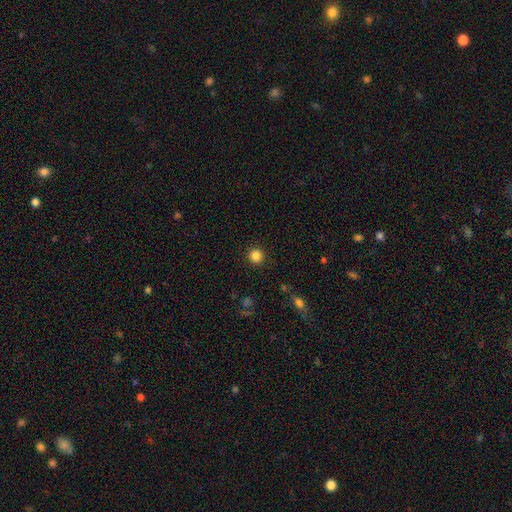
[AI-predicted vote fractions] Smooth or featured: smooth — 84% (star or artifact — 12%)
How rounded: round — 95% (in between — 5%)
Merging: none — 92% (minor disturbance — 5%)